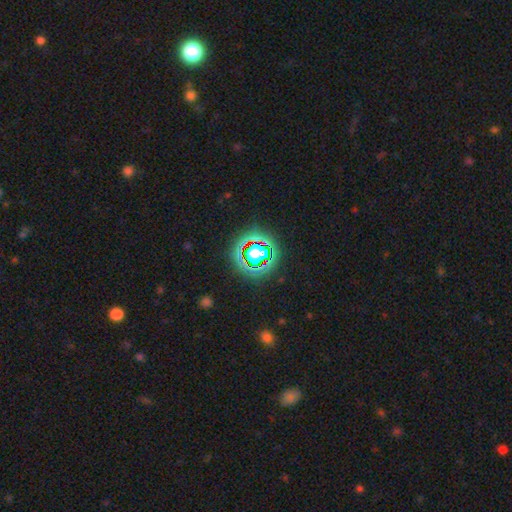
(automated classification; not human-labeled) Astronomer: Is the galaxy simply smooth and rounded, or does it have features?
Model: star or artifact — 61%.